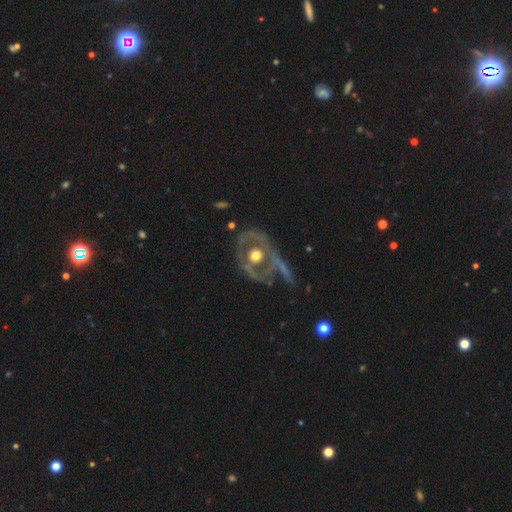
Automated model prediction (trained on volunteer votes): Overall: featured or disk (67%; smooth 27%). Edge-on disk: no (93%). Bar: no (88%). Spiral arms: no (78%). Bulge size: moderate (68%). Merging: none (62%).